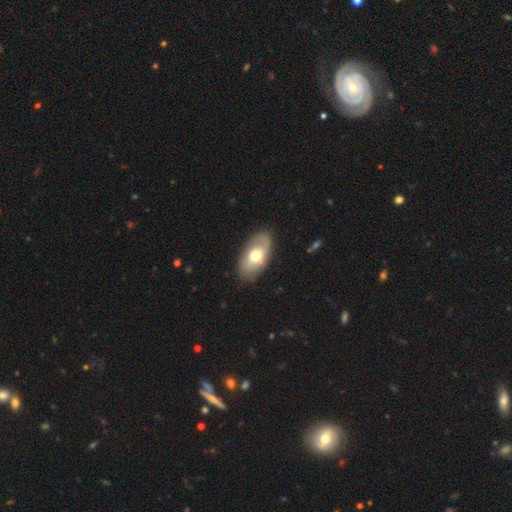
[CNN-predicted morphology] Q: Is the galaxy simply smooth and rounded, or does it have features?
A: smooth — 61%.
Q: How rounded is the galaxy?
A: in between — 93%.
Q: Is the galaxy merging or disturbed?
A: none — 82%.